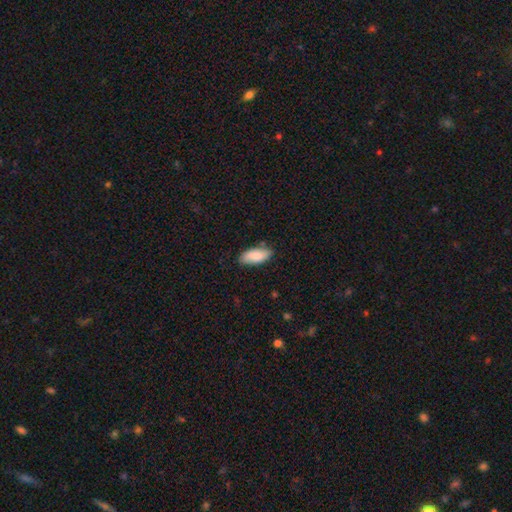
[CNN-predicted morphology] This appears to be a smooth galaxy with no disk features (85%) that is in between round and cigar-shaped (87%). Merging: none (81%).